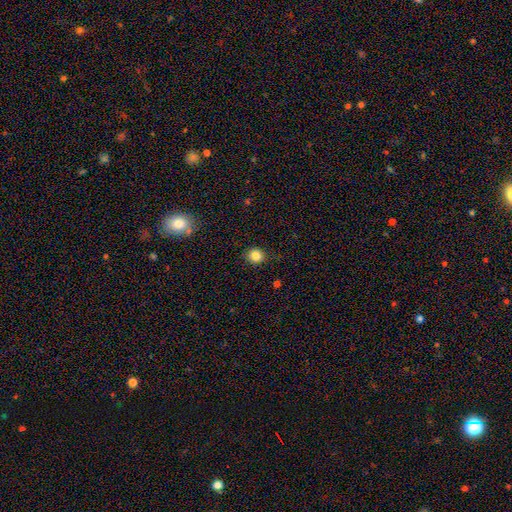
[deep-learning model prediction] Smooth or featured? Predicted: smooth (p=0.83). How rounded? Predicted: round (p=0.82). Merging? Predicted: none (p=0.86).